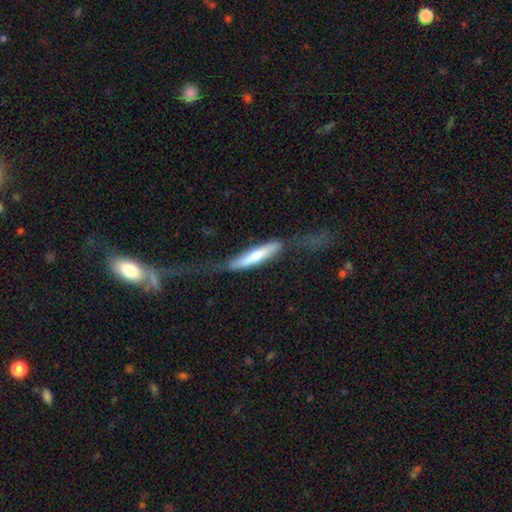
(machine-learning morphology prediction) This appears to be a featured or disk galaxy (52%) viewed edge-on (75%). Merging: major disturbance (41%).